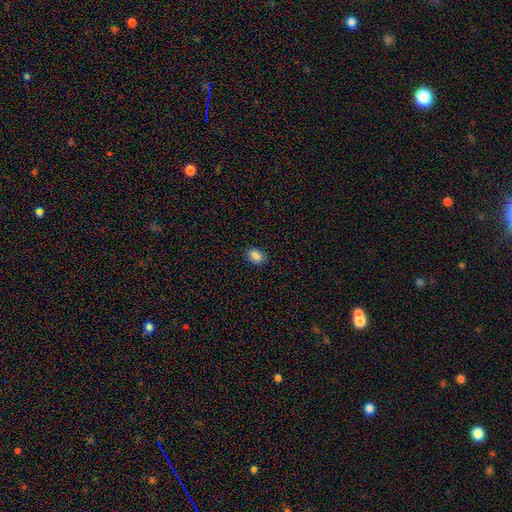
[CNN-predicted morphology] Smooth or featured: smooth — 87% (star or artifact — 9%)
How rounded: in between — 79% (round — 20%)
Merging: none — 88% (minor disturbance — 9%)